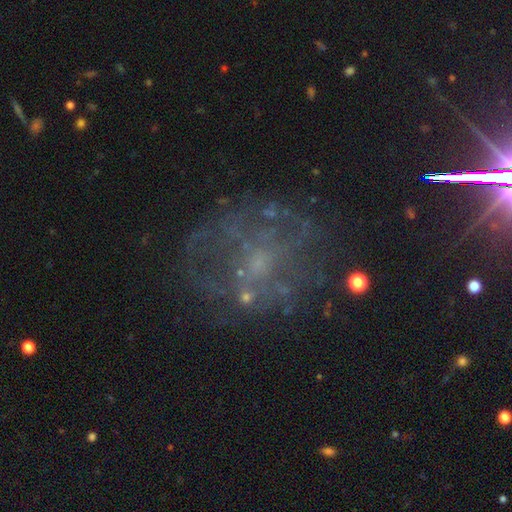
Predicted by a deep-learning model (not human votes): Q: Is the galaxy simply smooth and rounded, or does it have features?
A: featured or disk — 60%.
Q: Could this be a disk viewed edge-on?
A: no — 98%.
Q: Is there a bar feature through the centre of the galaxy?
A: no — 86%.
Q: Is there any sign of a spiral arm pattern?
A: no — 72%.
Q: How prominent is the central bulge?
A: small — 44%.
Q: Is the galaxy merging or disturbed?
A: none — 60%.